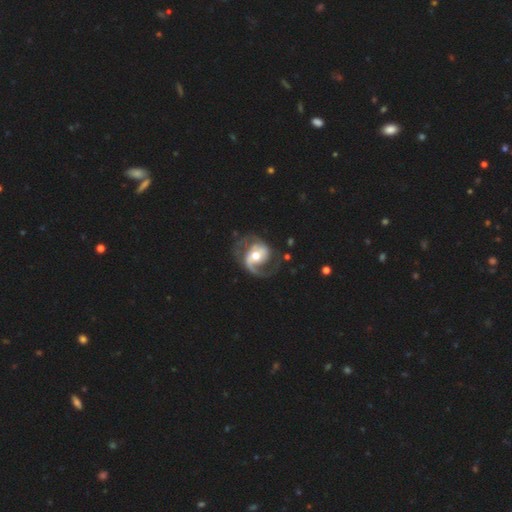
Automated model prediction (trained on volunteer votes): smooth_or_featured: featured or disk (p=0.85) [alt: smooth p=0.10]
disk_edge_on: no (p=0.98) [alt: yes p=0.02]
bar: no (p=0.48) [alt: weak p=0.34]
has_spiral_arms: yes (p=0.94) [alt: no p=0.06]
spiral_winding: medium (p=0.47) [alt: loose p=0.31]
spiral_arm_count: 2 (p=0.65) [alt: 1 p=0.27]
bulge_size: moderate (p=0.69) [alt: large p=0.14]
merging: none (p=0.56) [alt: major disturbance p=0.22]